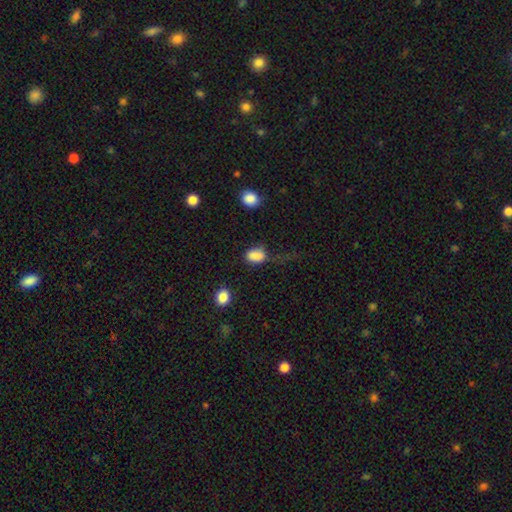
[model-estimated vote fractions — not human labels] Morphology: type=smooth (85%); roundness=in between (79%); merging=none (46%).